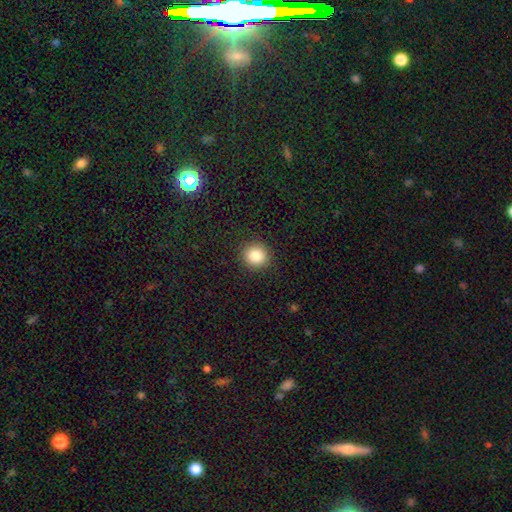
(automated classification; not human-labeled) Morphology: type=smooth (84%); roundness=round (89%); merging=none (91%).